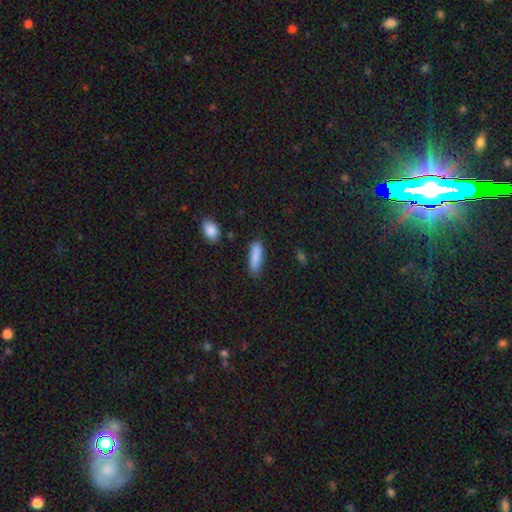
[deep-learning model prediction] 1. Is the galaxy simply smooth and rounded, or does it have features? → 87% smooth, 7% star or artifact, 7% featured or disk.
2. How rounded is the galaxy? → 55% cigar-shaped, 44% in between, 2% round.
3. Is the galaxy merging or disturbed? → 76% none, 18% minor disturbance, 4% major disturbance, 3% merger.